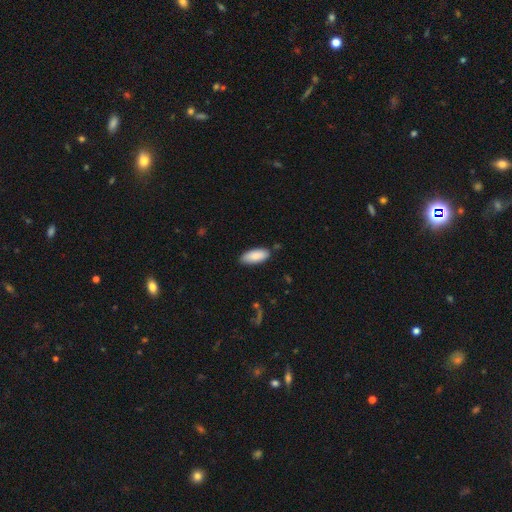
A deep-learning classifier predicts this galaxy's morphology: Overall: smooth (89%). How rounded: in between (86%). Merging: none (84%).